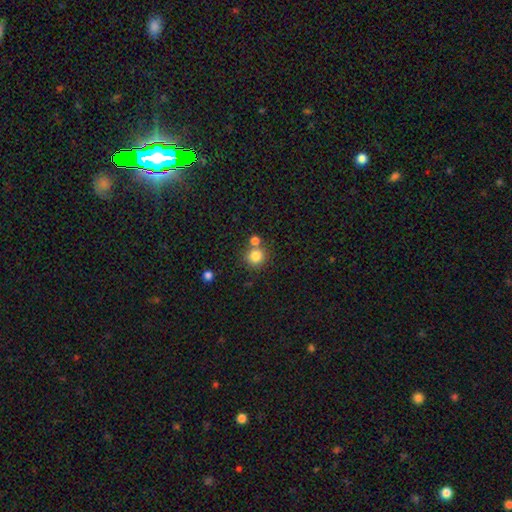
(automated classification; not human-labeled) Q: Smooth or featured?
A: smooth (83%); runner-up: star or artifact (11%)
Q: How rounded?
A: round (91%); runner-up: in between (8%)
Q: Merging?
A: none (67%); runner-up: merger (22%)